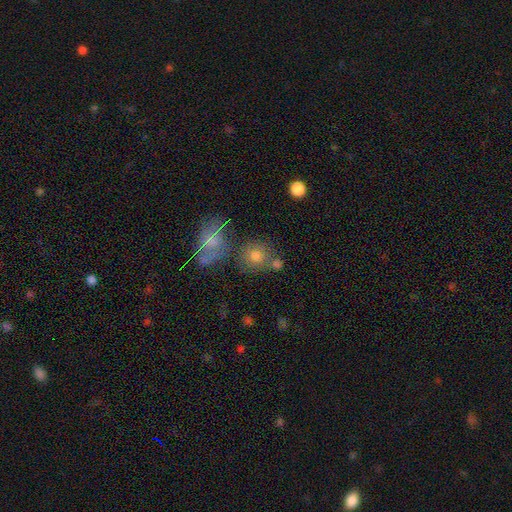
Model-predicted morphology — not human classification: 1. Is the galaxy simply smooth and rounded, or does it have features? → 71% smooth, 15% star or artifact, 13% featured or disk.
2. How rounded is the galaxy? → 78% round, 20% in between, 2% cigar-shaped.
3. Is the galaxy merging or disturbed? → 59% none, 20% merger, 14% minor disturbance, 7% major disturbance.